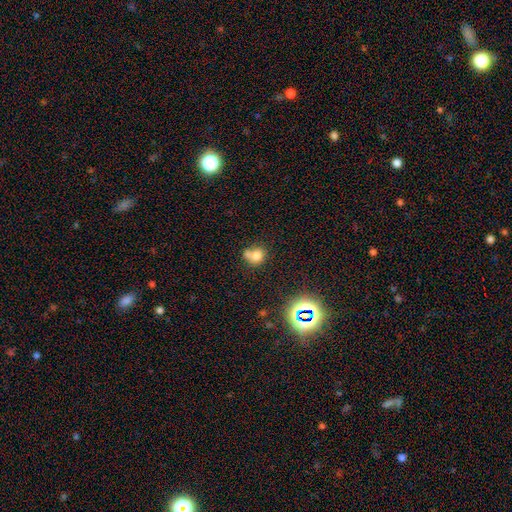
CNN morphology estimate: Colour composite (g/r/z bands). It shows a smooth galaxy with no disk features (72%) that is round (72%). Merging: merger (41%).